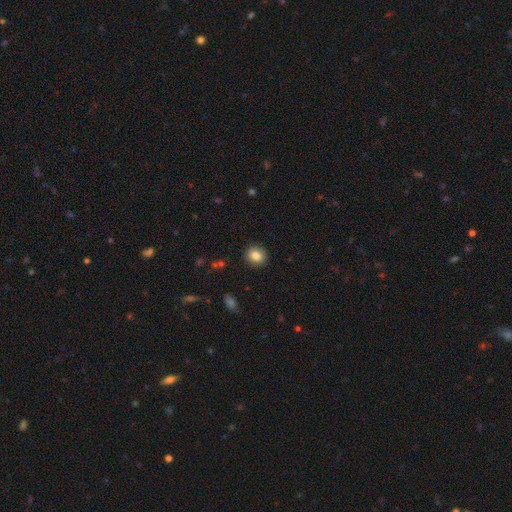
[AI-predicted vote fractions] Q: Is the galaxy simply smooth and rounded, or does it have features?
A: smooth — 84%.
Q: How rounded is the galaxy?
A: round — 75%.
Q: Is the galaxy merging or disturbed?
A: none — 90%.